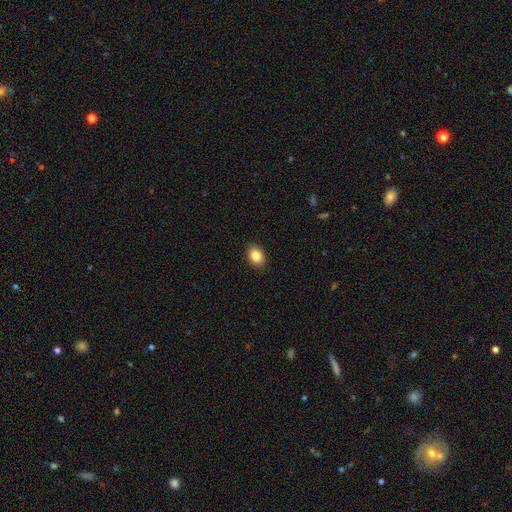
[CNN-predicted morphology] type=smooth (87%); roundness=in between (69%); merging=none (89%).